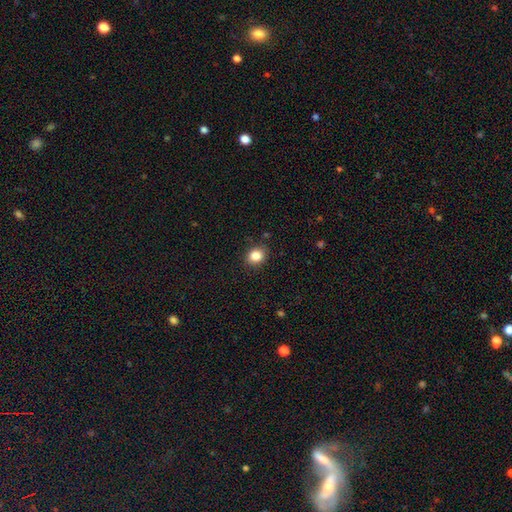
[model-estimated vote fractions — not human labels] Overall: smooth (85%). How rounded: round (64%; in between 35%). Merging: none (87%).